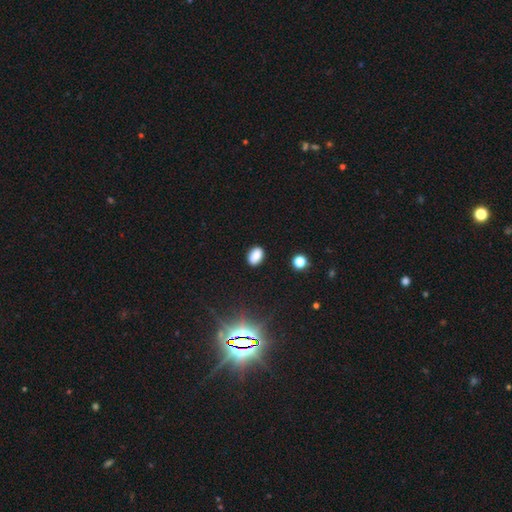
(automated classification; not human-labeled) Smooth or featured? smooth (84%)
How rounded? in between (85%)
Merging? none (86%)